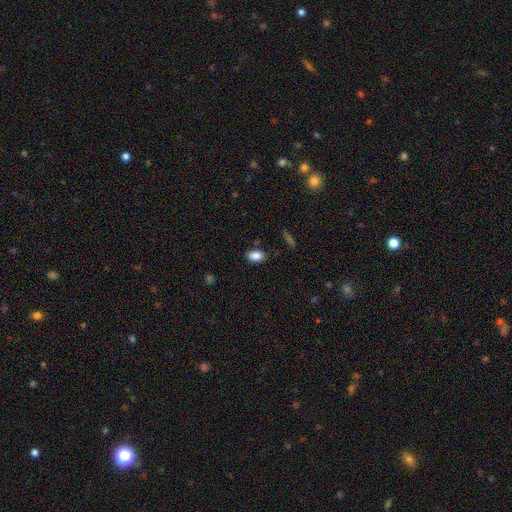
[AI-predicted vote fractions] Smooth or featured? smooth (87%)
How rounded? in between (88%)
Merging? none (84%)